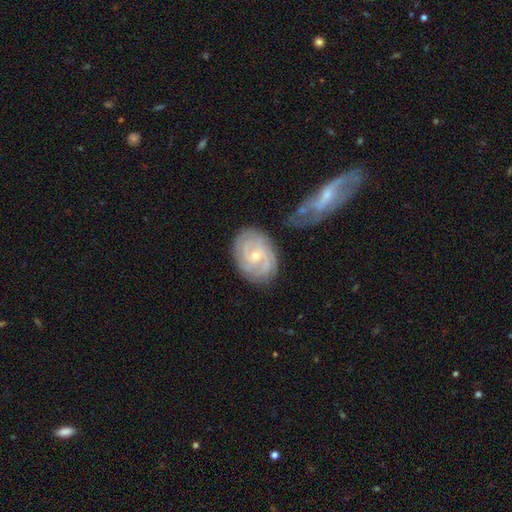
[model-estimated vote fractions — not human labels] smooth_or_featured: featured or disk (p=0.81) [alt: smooth p=0.12]
disk_edge_on: no (p=0.97) [alt: yes p=0.03]
bar: no (p=0.64) [alt: weak p=0.29]
has_spiral_arms: yes (p=0.95) [alt: no p=0.05]
spiral_winding: tight (p=0.69) [alt: medium p=0.25]
spiral_arm_count: can't tell (p=0.27) [alt: 2 p=0.25]
bulge_size: small (p=0.65) [alt: moderate p=0.32]
merging: none (p=0.71) [alt: minor disturbance p=0.16]